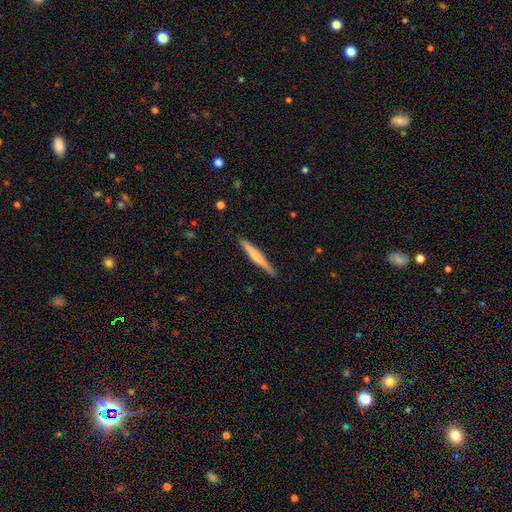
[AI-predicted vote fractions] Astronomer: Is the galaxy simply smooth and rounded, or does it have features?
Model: smooth — 52% (runner-up: featured or disk, 43%).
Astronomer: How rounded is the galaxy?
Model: cigar-shaped — 95%.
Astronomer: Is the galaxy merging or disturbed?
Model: none — 88%.